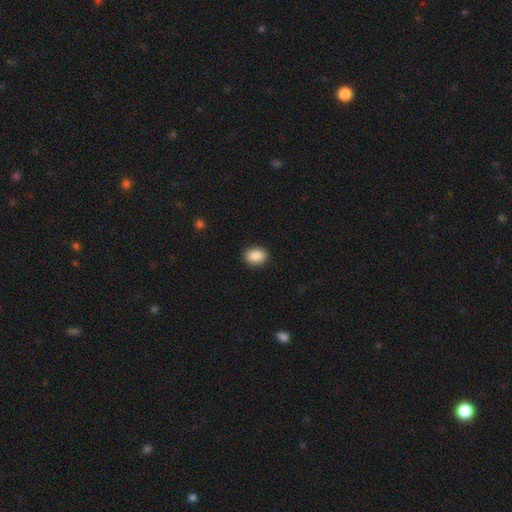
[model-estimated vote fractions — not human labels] Smooth or featured? smooth (87%)
How rounded? in between (62%)
Merging? none (90%)